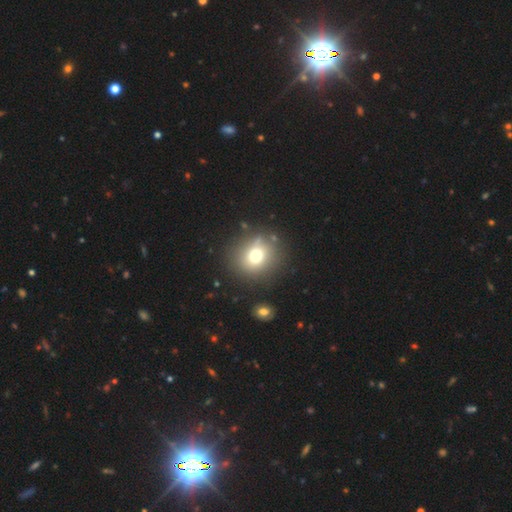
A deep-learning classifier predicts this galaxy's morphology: Smooth or featured? smooth (69%)
How rounded? round (84%)
Merging? none (80%)